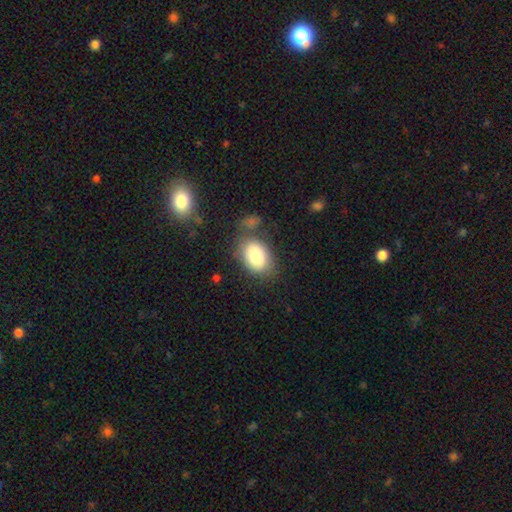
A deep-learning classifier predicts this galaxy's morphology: Overall: smooth (84%). How rounded: in between (83%). Merging: none (61%).